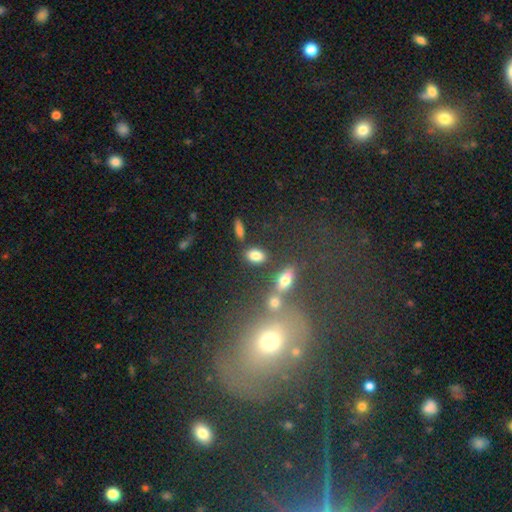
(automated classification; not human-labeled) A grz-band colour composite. It shows a smooth galaxy with no disk features (82%) that is in between round and cigar-shaped (85%). Merging: none (77%).